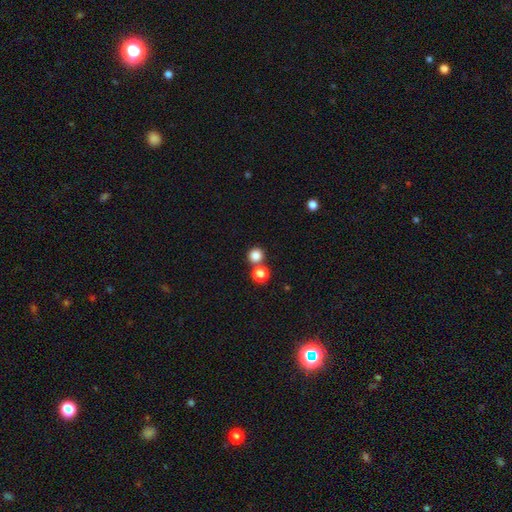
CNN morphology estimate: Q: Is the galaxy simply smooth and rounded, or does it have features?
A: smooth — 83%.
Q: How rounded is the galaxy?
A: round — 92%.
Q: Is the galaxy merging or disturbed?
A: none — 69%.